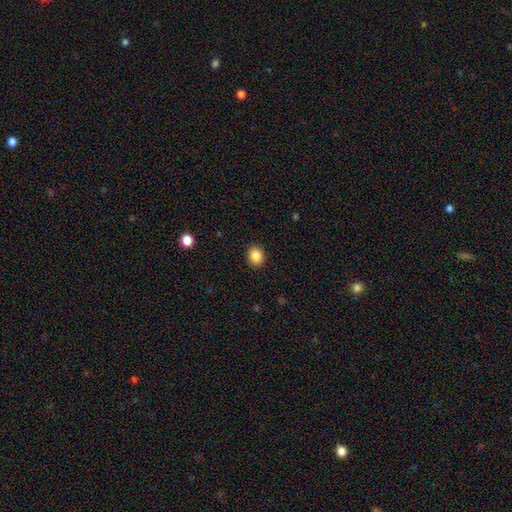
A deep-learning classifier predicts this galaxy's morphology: Overall: smooth (87%). How rounded: round (62%; in between 37%). Merging: none (90%).